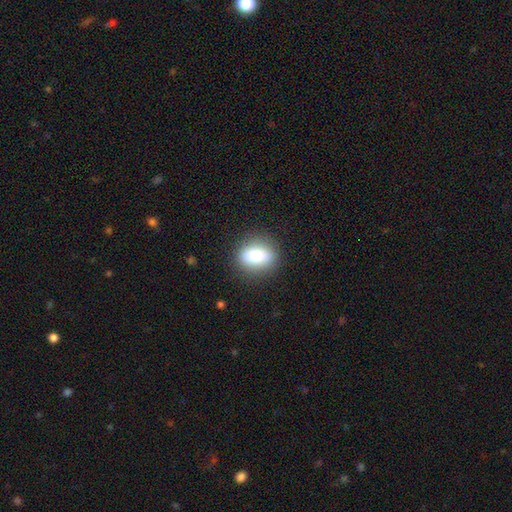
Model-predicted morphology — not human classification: smooth-or-featured: smooth: 83% | star or artifact: 9% | featured or disk: 8%
  how-rounded: in between: 67% | round: 29% | cigar-shaped: 4%
  merging: none: 84% | minor disturbance: 11% | major disturbance: 4% | merger: 1%